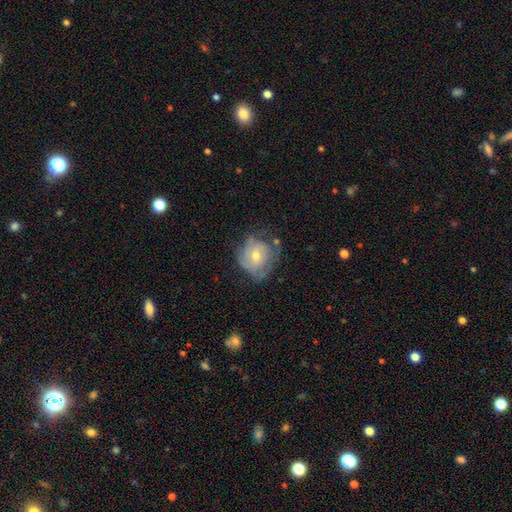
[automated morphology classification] Overall: featured or disk (49%; smooth 43%). Merging: none (43%; minor disturbance 32%).